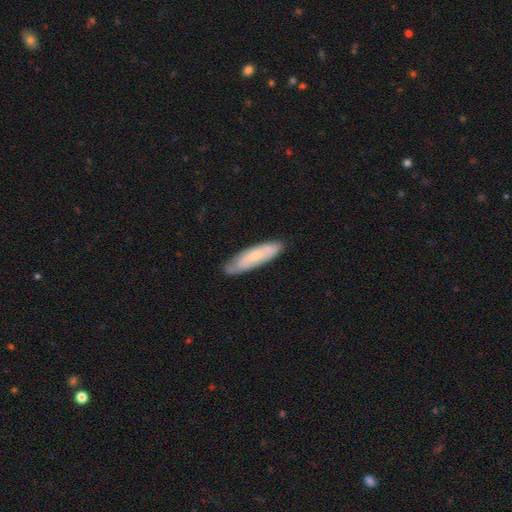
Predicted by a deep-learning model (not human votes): The model was most divided on "smooth or featured": smooth: 55%, featured or disk: 39%, star or artifact: 6%. More confident: merging — none (80%); how rounded — cigar-shaped (64%).